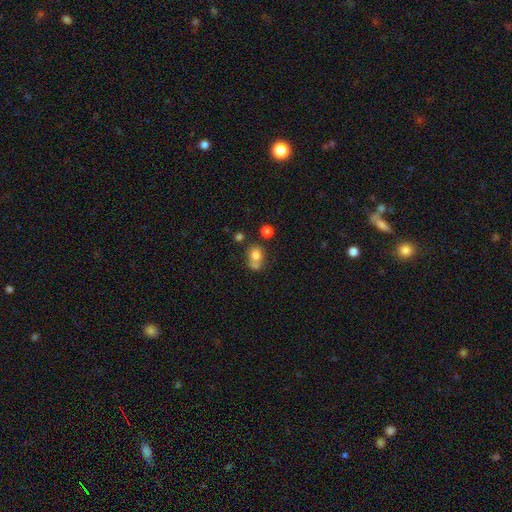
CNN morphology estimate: The model was most divided on "merging": none: 43%, merger: 35%, minor disturbance: 14%, major disturbance: 8%. More confident: smooth or featured — smooth (77%); how rounded — round (65%).